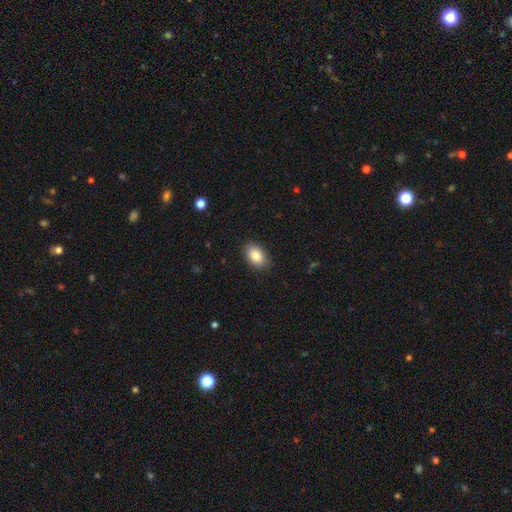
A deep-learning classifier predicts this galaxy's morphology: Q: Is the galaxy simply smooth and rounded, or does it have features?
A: smooth — 86%.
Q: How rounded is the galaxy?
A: in between — 88%.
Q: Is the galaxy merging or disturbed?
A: none — 87%.